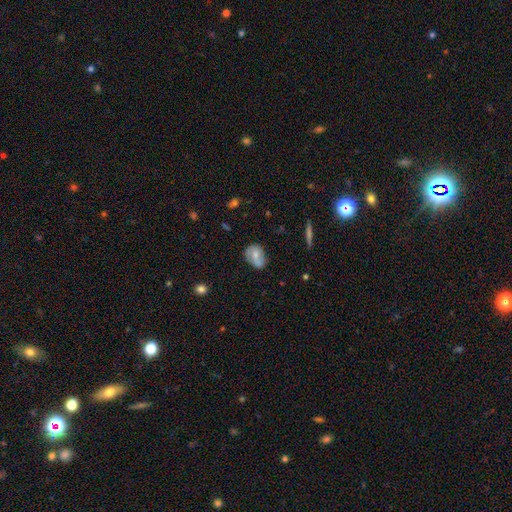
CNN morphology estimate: A smooth galaxy with no disk features (48%). Merging: none (69%).